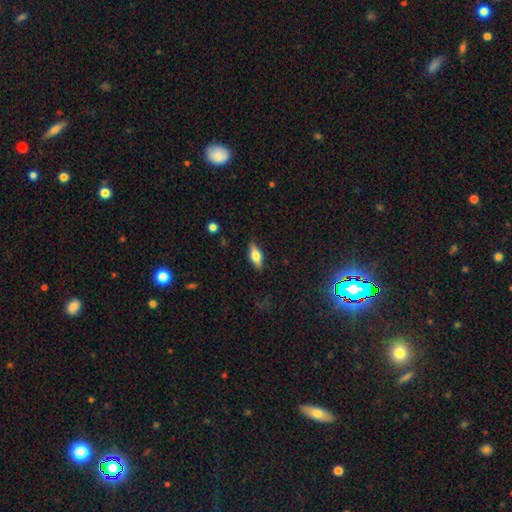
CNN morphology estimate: Q: Smooth or featured?
A: smooth (57%); runner-up: featured or disk (36%)
Q: How rounded?
A: in between (70%); runner-up: cigar-shaped (26%)
Q: Merging?
A: none (86%); runner-up: minor disturbance (11%)